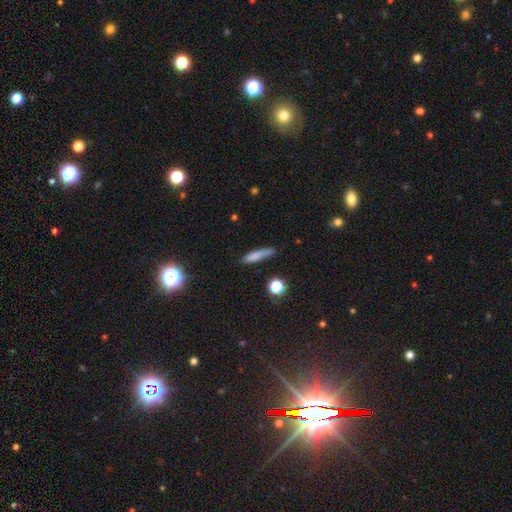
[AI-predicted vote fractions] Q: Smooth or featured?
A: smooth (75%); runner-up: featured or disk (15%)
Q: How rounded?
A: cigar-shaped (81%); runner-up: in between (15%)
Q: Merging?
A: none (68%); runner-up: minor disturbance (23%)